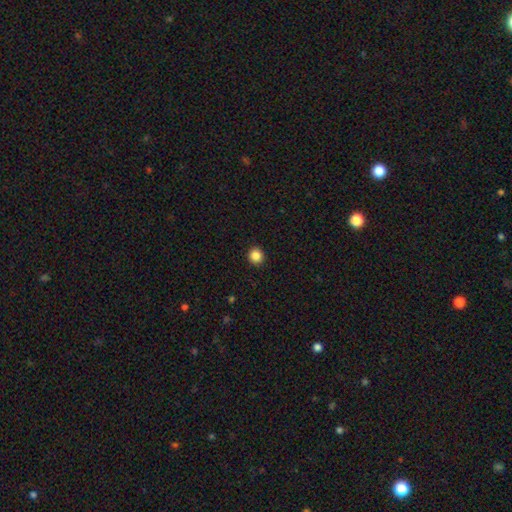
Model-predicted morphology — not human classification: Q: Smooth or featured?
A: smooth (86%); runner-up: star or artifact (11%)
Q: How rounded?
A: round (93%); runner-up: in between (6%)
Q: Merging?
A: none (93%); runner-up: minor disturbance (5%)